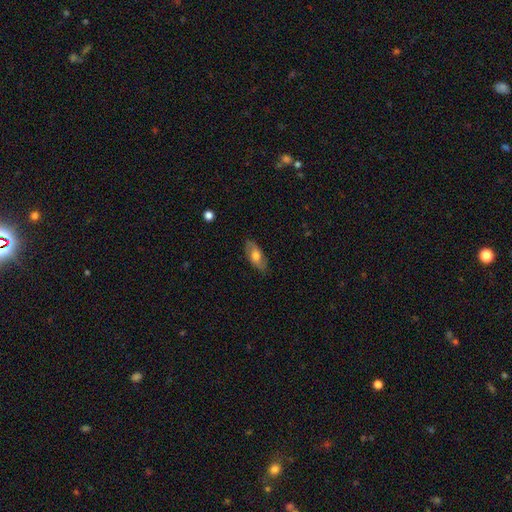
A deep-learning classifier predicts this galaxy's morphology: Overall: smooth (52%; featured or disk 41%). How rounded: in between (86%). Merging: none (81%).